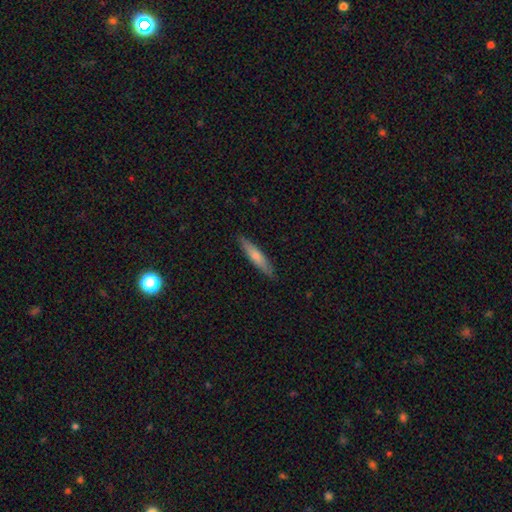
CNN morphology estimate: The model was most divided on "smooth or featured": smooth: 59%, featured or disk: 35%, star or artifact: 6%. More confident: merging — none (89%); how rounded — cigar-shaped (88%).